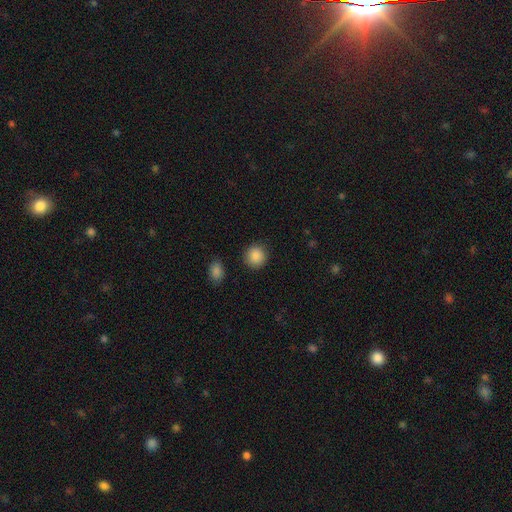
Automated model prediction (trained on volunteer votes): A smooth galaxy with no disk features (88%) that is round (91%). Merging: none (89%).